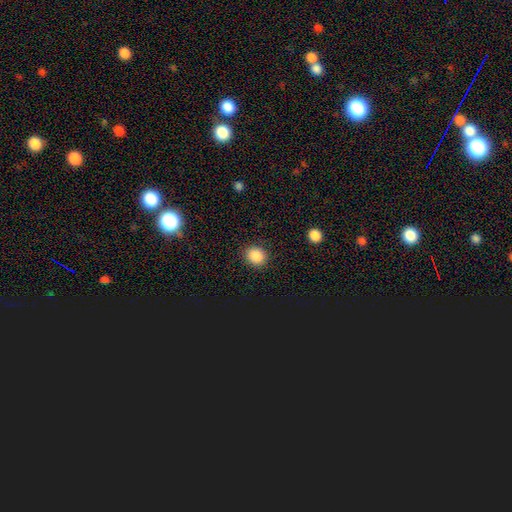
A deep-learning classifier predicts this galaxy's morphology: The model was most divided on "how rounded": round: 69%, in between: 30%, cigar-shaped: 1%. More confident: merging — none (88%); smooth or featured — smooth (86%).